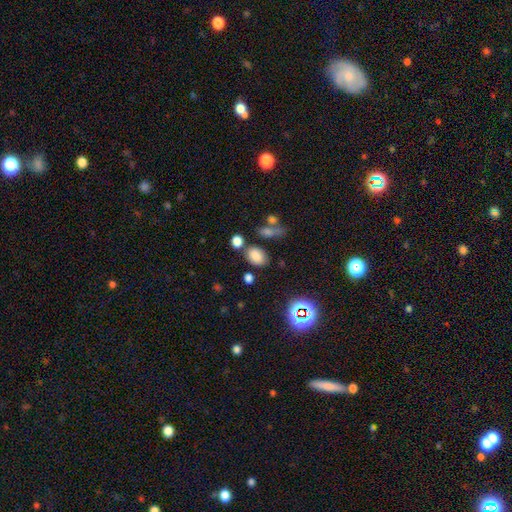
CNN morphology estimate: smooth_or_featured: smooth (p=0.79) [alt: star or artifact p=0.14]
how_rounded: in between (p=0.82) [alt: round p=0.16]
merging: none (p=0.71) [alt: minor disturbance p=0.13]